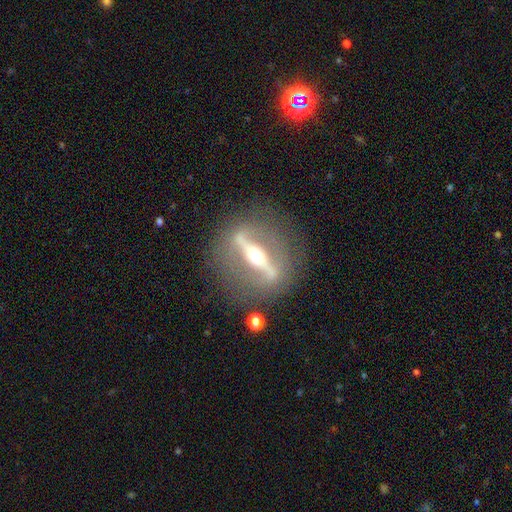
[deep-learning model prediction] Smooth or featured? Predicted: featured or disk (p=0.84). Edge-on disk? Predicted: yes (p=0.62). Edge-on bulge? Predicted: rounded (p=0.95). Merging? Predicted: none (p=0.80).